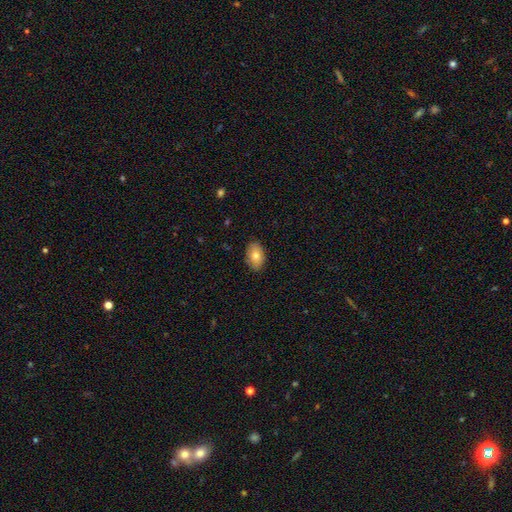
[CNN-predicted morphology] smooth_or_featured: smooth (p=0.74) [alt: featured or disk p=0.18]
how_rounded: in between (p=0.87) [alt: round p=0.11]
merging: none (p=0.87) [alt: minor disturbance p=0.10]